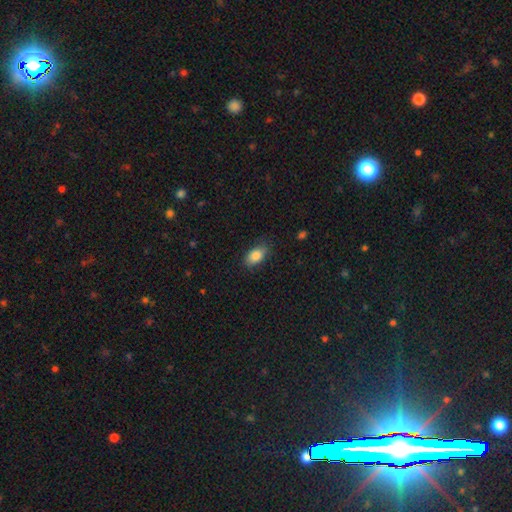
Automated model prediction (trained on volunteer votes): The model was most divided on "merging": none: 80%, minor disturbance: 15%, major disturbance: 3%, merger: 1%. More confident: how rounded — in between (90%); smooth or featured — smooth (84%).